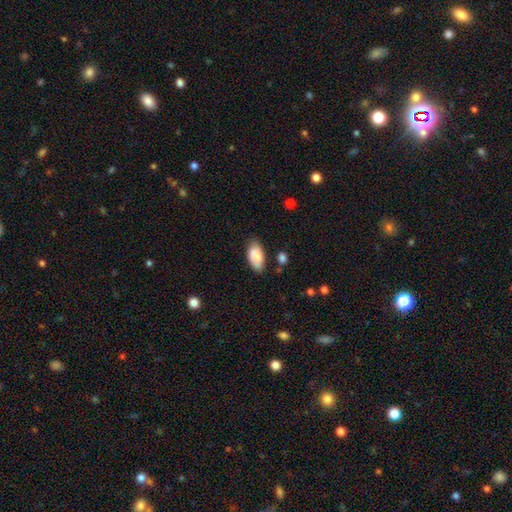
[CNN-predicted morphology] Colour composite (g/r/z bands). It shows a smooth galaxy with no disk features (82%) that is in between round and cigar-shaped (94%). Merging: none (66%).